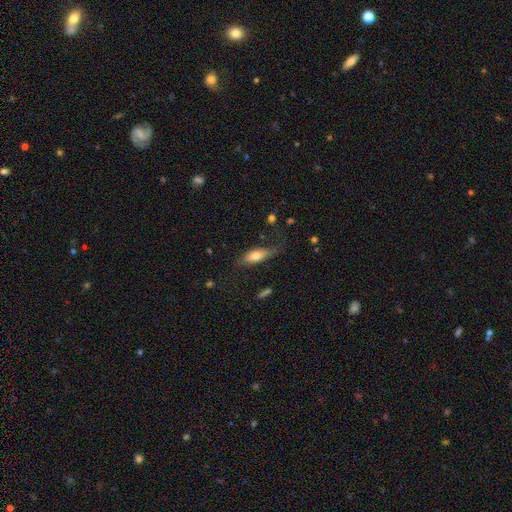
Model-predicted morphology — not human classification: The model was most divided on "merging": none: 55%, minor disturbance: 28%, major disturbance: 15%, merger: 2%. More confident: how rounded — in between (64%); smooth or featured — smooth (62%).